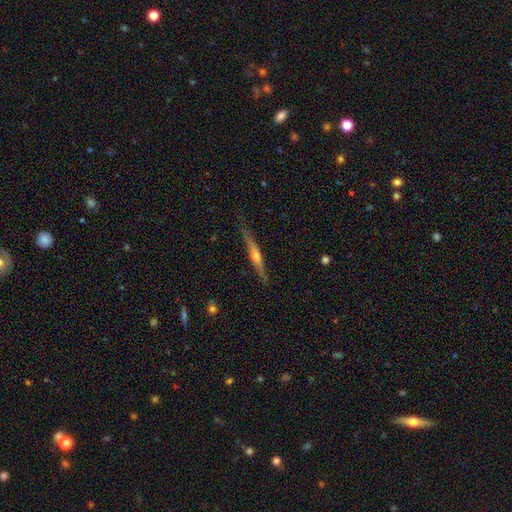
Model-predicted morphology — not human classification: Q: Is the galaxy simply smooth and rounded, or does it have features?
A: featured or disk — 67%.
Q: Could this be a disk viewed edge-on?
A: yes — 97%.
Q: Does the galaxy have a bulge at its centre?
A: rounded — 81%.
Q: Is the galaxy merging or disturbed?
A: none — 83%.